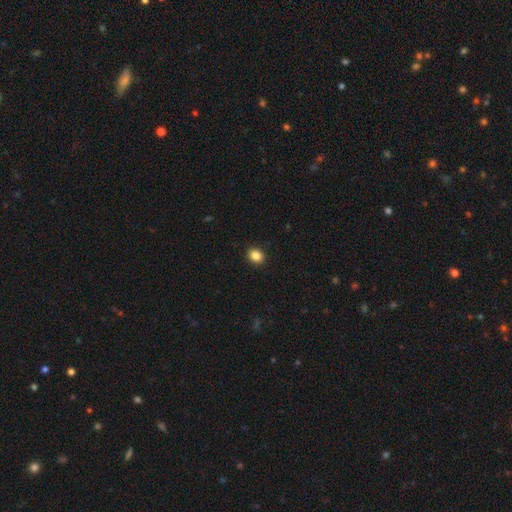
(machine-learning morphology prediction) A smooth galaxy with no disk features (86%) that is round (59%).

Vote fractions:
- Smooth or featured? smooth: 86% / star or artifact: 10% / featured or disk: 4%
- How rounded? round: 59% / in between: 40% / cigar-shaped: 1%
- Merging? none: 91% / minor disturbance: 6% / major disturbance: 2% / merger: 1%